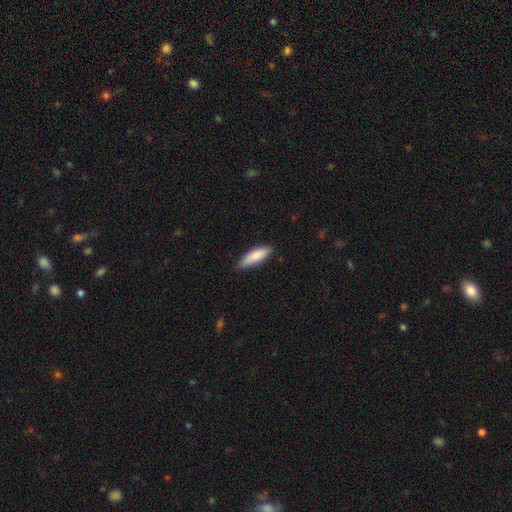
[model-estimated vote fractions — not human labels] Smooth or featured?
  - smooth: 81% *
  - featured or disk: 13%
  - star or artifact: 5%
How rounded?
  - cigar-shaped: 50% *
  - in between: 49%
  - round: 2%
Merging?
  - none: 84% *
  - minor disturbance: 13%
  - major disturbance: 2%
  - merger: 1%